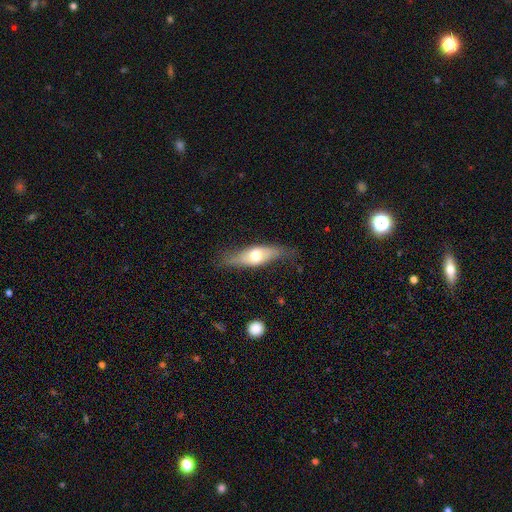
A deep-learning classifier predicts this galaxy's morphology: Q: Smooth or featured?
A: smooth (49%); runner-up: featured or disk (45%)
Q: Merging?
A: none (69%); runner-up: minor disturbance (23%)